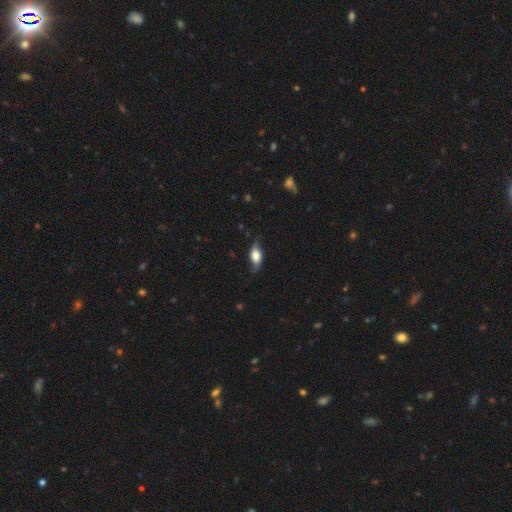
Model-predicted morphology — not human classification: Smooth or featured? smooth (49%)
Merging? none (70%)